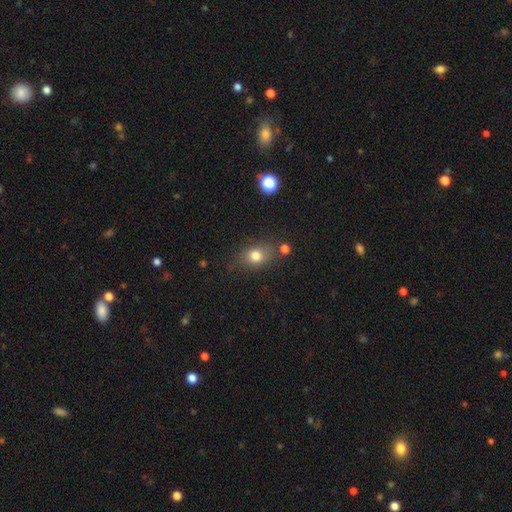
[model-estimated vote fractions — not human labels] Overall: smooth (77%). How rounded: in between (55%; round 43%). Merging: none (70%).